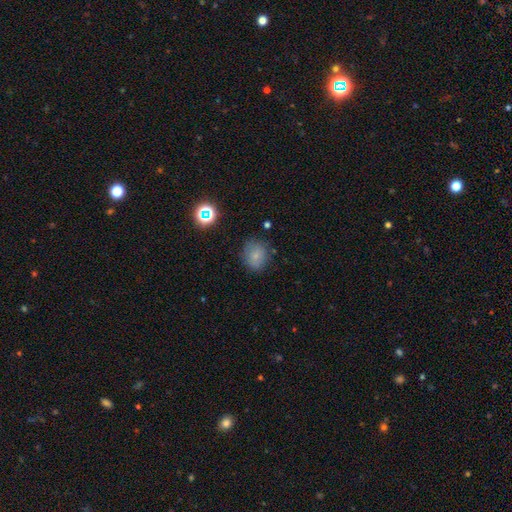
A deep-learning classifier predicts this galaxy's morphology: Q: Smooth or featured?
A: smooth (76%); runner-up: star or artifact (14%)
Q: How rounded?
A: round (73%); runner-up: in between (26%)
Q: Merging?
A: none (77%); runner-up: minor disturbance (16%)